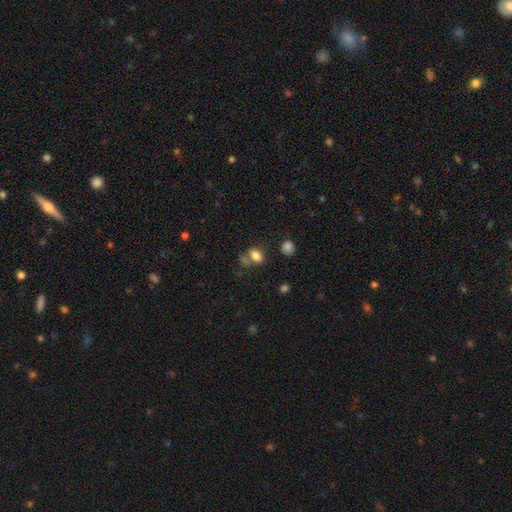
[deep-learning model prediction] smooth_or_featured: smooth (p=0.78) [alt: star or artifact p=0.13]
how_rounded: in between (p=0.73) [alt: round p=0.25]
merging: none (p=0.49) [alt: minor disturbance p=0.20]